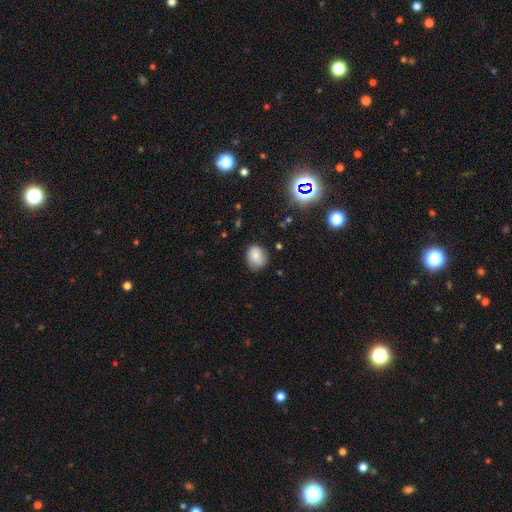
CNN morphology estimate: smooth-or-featured: smooth: 79% | star or artifact: 11% | featured or disk: 10%
  how-rounded: round: 52% | in between: 47% | cigar-shaped: 1%
  merging: none: 71% | minor disturbance: 23% | major disturbance: 5% | merger: 2%